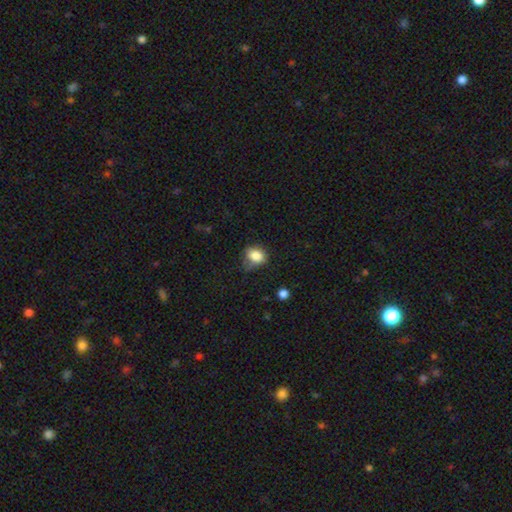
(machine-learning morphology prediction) type=smooth (83%); roundness=round (50%); merging=none (57%).